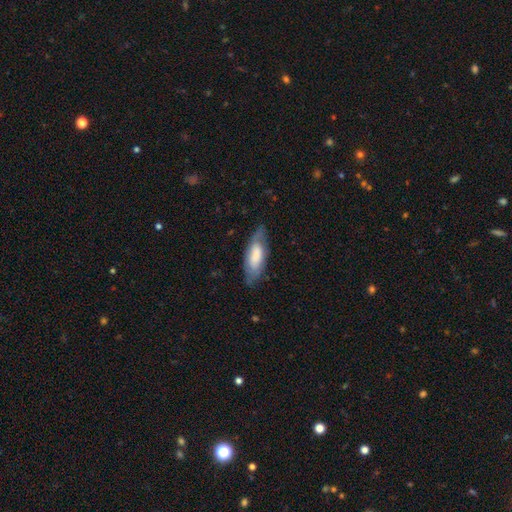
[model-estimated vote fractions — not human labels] Smooth or featured? Predicted: smooth (p=0.61). How rounded? Predicted: in between (p=0.74). Merging? Predicted: none (p=0.69).